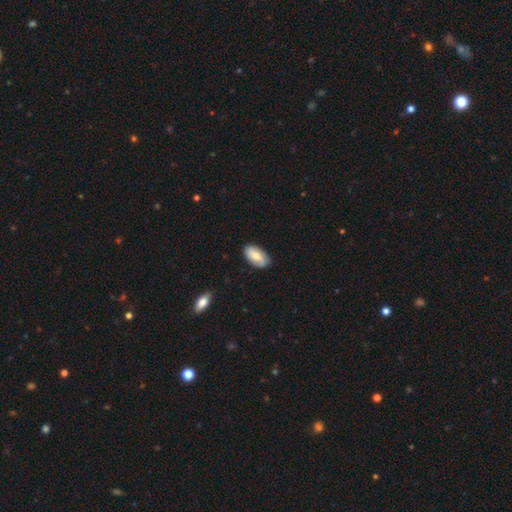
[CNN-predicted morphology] A smooth galaxy with no disk features (62%) that is in between round and cigar-shaped (94%).

Vote fractions:
- Smooth or featured? smooth: 62% / featured or disk: 32% / star or artifact: 6%
- How rounded? in between: 94% / cigar-shaped: 3% / round: 3%
- Merging? none: 84% / minor disturbance: 13% / major disturbance: 2% / merger: 1%